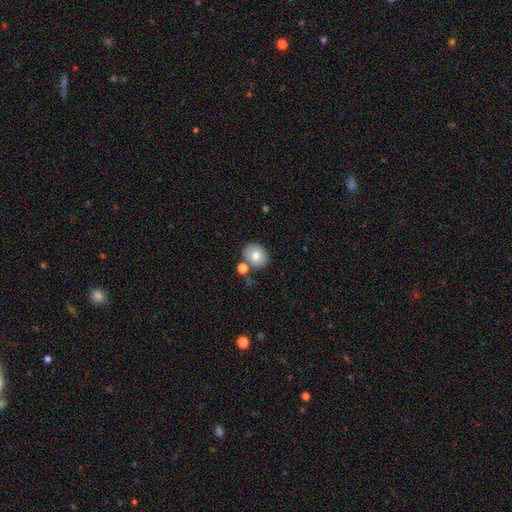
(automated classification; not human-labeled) smooth_or_featured: smooth (p=0.77) [alt: featured or disk p=0.15]
how_rounded: round (p=0.70) [alt: in between p=0.29]
merging: none (p=0.69) [alt: merger p=0.16]